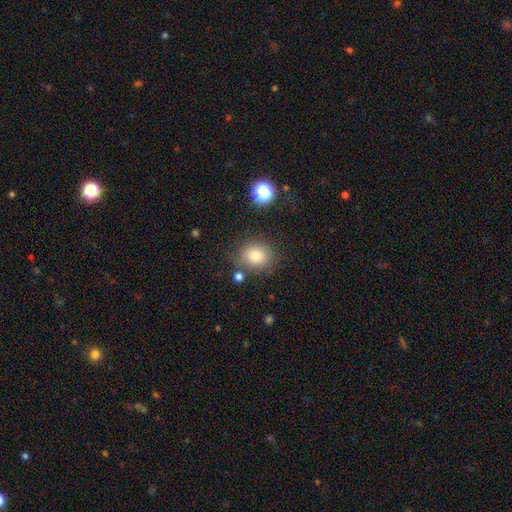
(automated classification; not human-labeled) Q: Smooth or featured?
A: smooth (80%); runner-up: star or artifact (12%)
Q: How rounded?
A: round (73%); runner-up: in between (26%)
Q: Merging?
A: none (77%); runner-up: minor disturbance (13%)